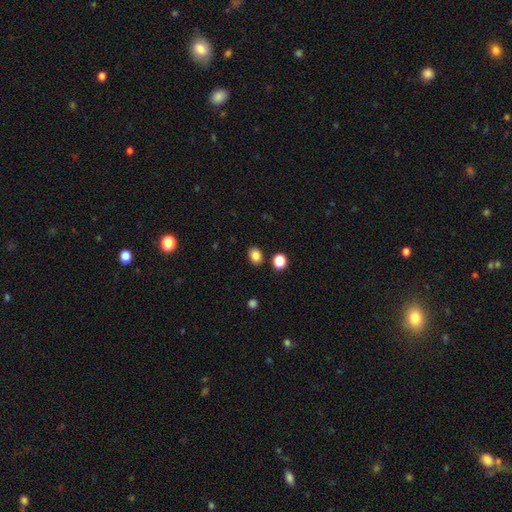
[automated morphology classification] Overall: smooth (84%). How rounded: in between (56%; round 44%). Merging: none (86%).